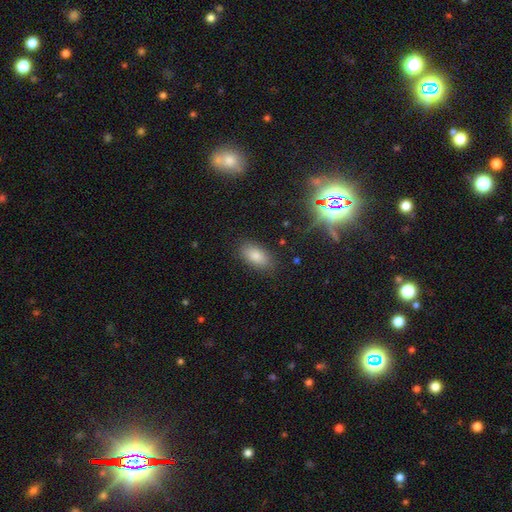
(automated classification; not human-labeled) smooth 74%, star or artifact 17%, featured or disk 9%. Down the decision tree: how rounded — in between (91%); merging — none (86%).